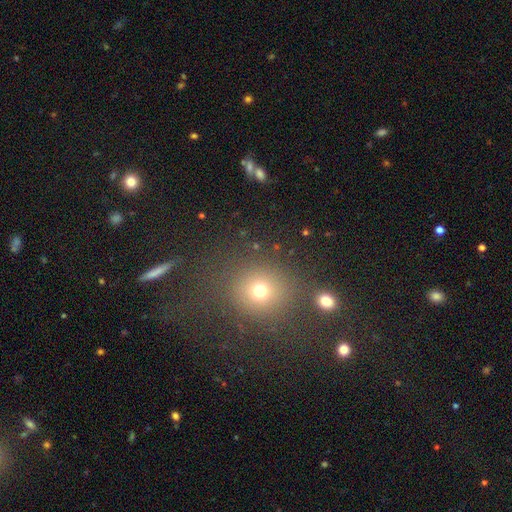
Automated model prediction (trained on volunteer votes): Smooth or featured? Predicted: smooth (p=0.53). How rounded? Predicted: round (p=0.83). Merging? Predicted: none (p=0.78).